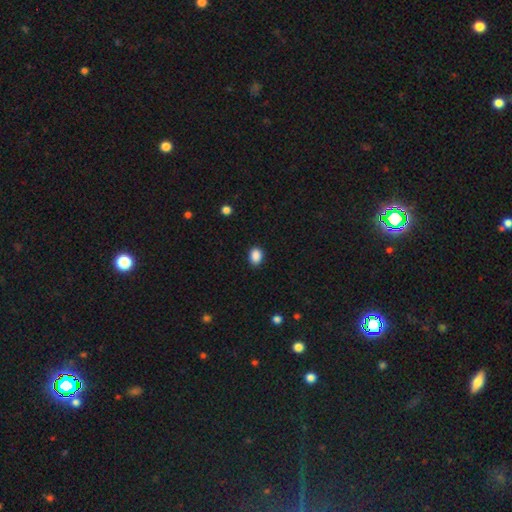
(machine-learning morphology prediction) smooth_or_featured: smooth (p=0.89) [alt: star or artifact p=0.09]
how_rounded: in between (p=0.64) [alt: round p=0.35]
merging: none (p=0.87) [alt: minor disturbance p=0.10]